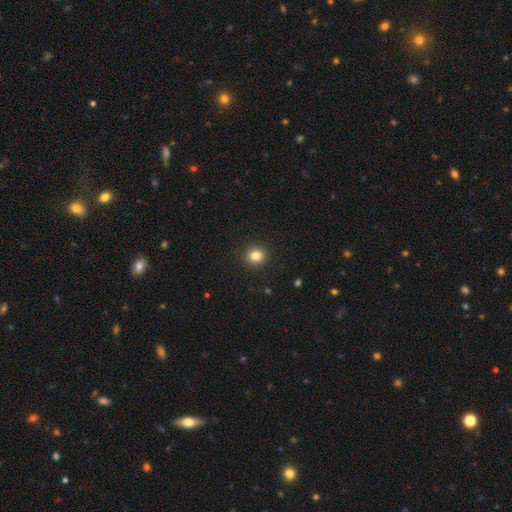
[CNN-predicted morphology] Overall: smooth (83%). How rounded: round (83%). Merging: none (91%).